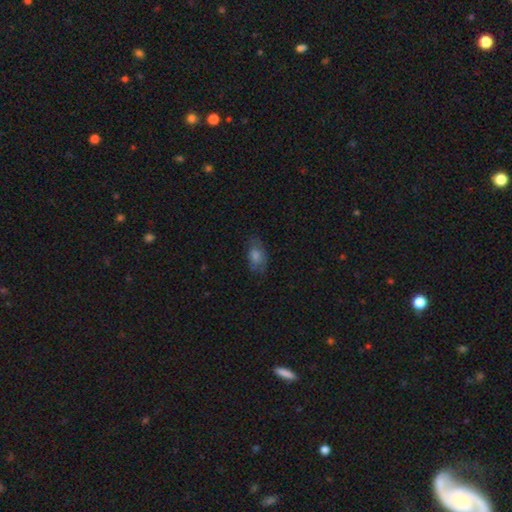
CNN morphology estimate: smooth-or-featured: smooth: 64% | featured or disk: 21% | star or artifact: 15%
  how-rounded: in between: 83% | round: 14% | cigar-shaped: 3%
  merging: none: 71% | minor disturbance: 21% | major disturbance: 7% | merger: 1%